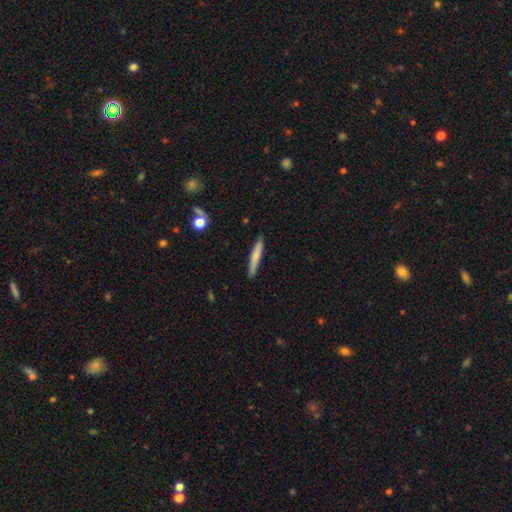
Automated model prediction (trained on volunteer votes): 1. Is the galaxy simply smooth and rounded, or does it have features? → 69% smooth, 25% featured or disk, 6% star or artifact.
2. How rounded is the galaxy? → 94% cigar-shaped, 5% in between, 1% round.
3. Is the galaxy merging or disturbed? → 88% none, 9% minor disturbance, 2% major disturbance, 2% merger.